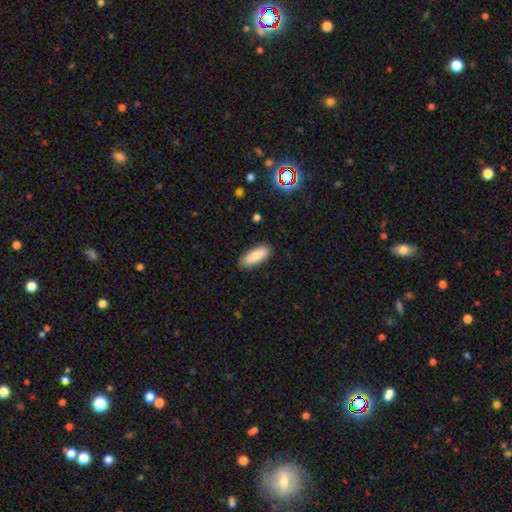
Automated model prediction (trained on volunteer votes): Morphology: type=smooth (83%); roundness=in between (69%); merging=none (87%).